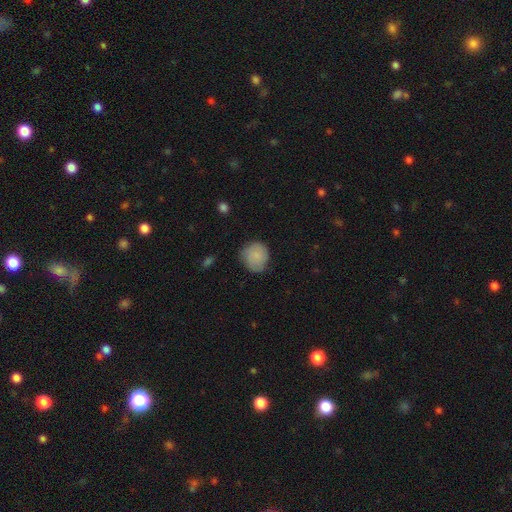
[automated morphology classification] A smooth galaxy with no disk features (80%) that is round (84%). Merging: none (69%).